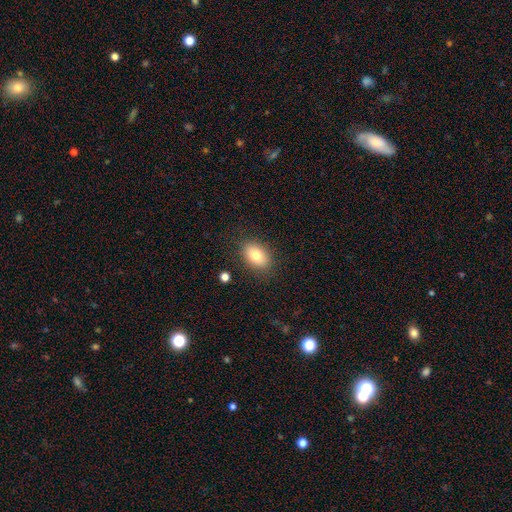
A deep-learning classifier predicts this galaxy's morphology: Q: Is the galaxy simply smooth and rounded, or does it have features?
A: smooth — 79%.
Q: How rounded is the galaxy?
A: in between — 85%.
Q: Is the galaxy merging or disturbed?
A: none — 85%.